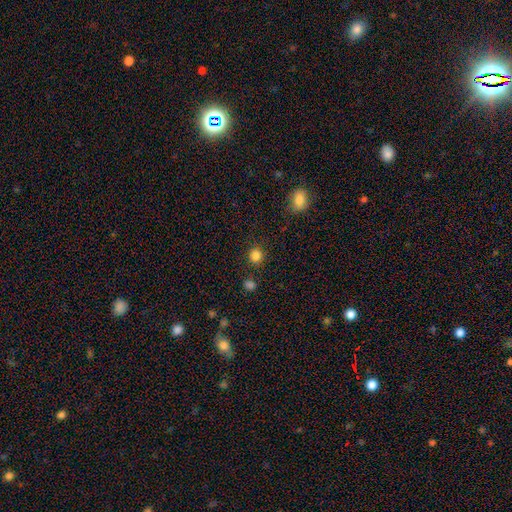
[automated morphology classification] Q: Smooth or featured?
A: smooth (83%); runner-up: star or artifact (13%)
Q: How rounded?
A: round (91%); runner-up: in between (8%)
Q: Merging?
A: none (88%); runner-up: minor disturbance (7%)